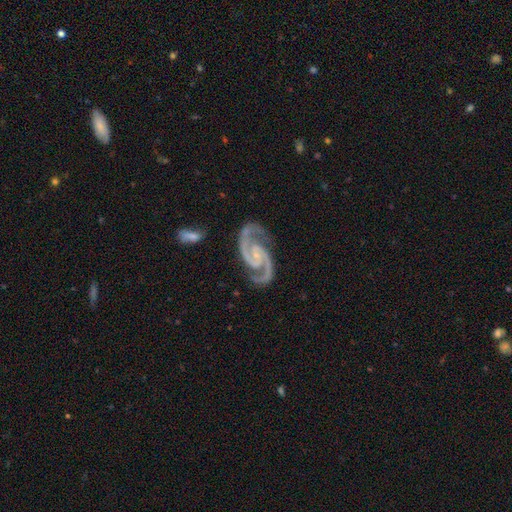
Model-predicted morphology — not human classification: The model was most divided on "bar": no: 52%, weak: 34%, strong: 15%. More confident: spiral arms — yes (99%); edge-on disk — no (98%); smooth or featured — featured or disk (95%); spiral arm count — 2 (95%); merging — none (78%); bulge size — small (71%); spiral winding — medium (64%).